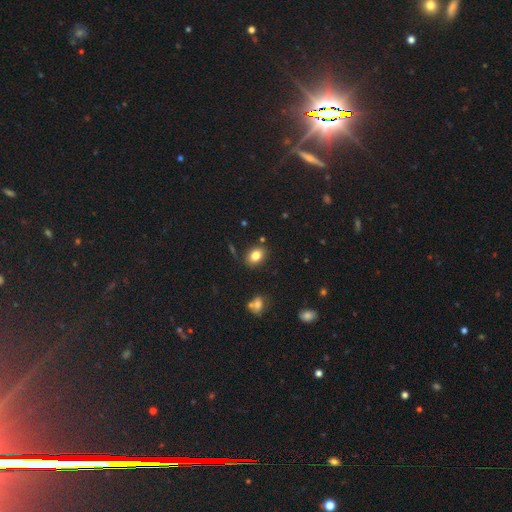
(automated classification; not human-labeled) Smooth or featured? Predicted: smooth (p=0.82). How rounded? Predicted: in between (p=0.73). Merging? Predicted: none (p=0.82).